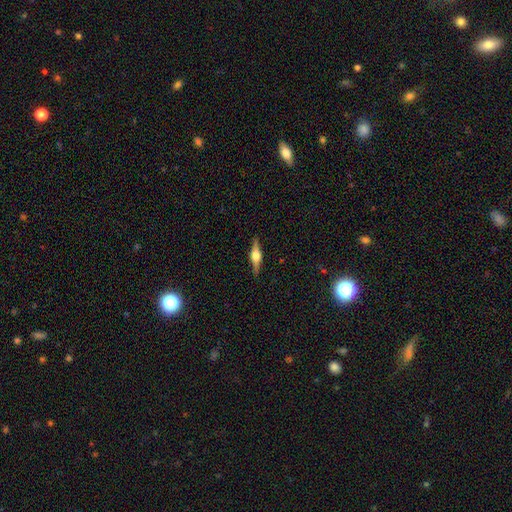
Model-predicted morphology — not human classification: Smooth or featured? Predicted: featured or disk (p=0.74). Edge-on disk? Predicted: yes (p=0.98). Edge-on bulge? Predicted: rounded (p=0.92). Merging? Predicted: none (p=0.90).